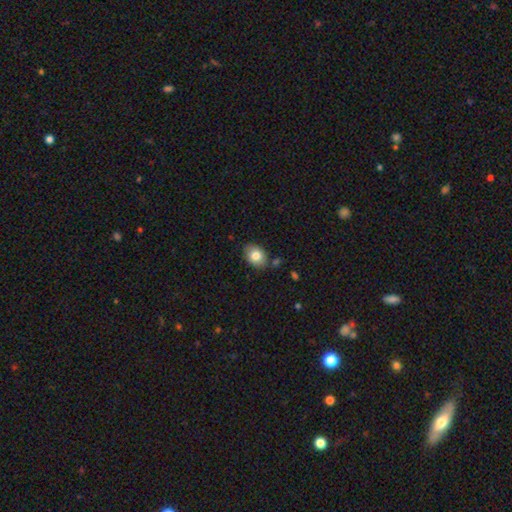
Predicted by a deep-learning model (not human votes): Smooth or featured? Predicted: smooth (p=0.81). How rounded? Predicted: in between (p=0.70). Merging? Predicted: none (p=0.80).